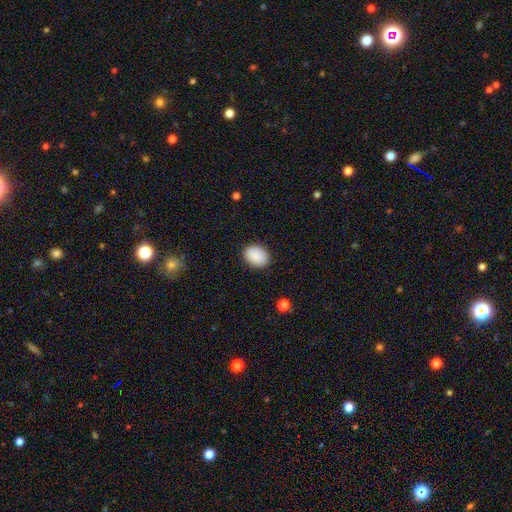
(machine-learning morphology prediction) A smooth galaxy with no disk features (90%) that is in between round and cigar-shaped (67%).

Vote fractions:
- Smooth or featured? smooth: 90% / star or artifact: 7% / featured or disk: 3%
- How rounded? in between: 67% / round: 32% / cigar-shaped: 1%
- Merging? none: 89% / minor disturbance: 8% / major disturbance: 2% / merger: 1%